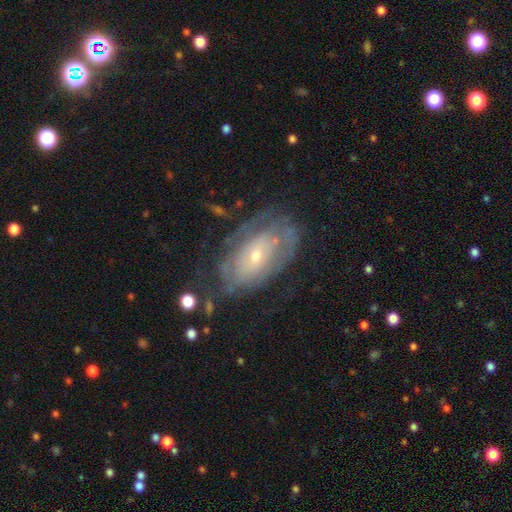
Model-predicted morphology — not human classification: type=featured or disk (70%); edge-on=no (92%); bar=no (76%); spiral arms=yes (67%); bulge=small (69%); merging=none (64%).